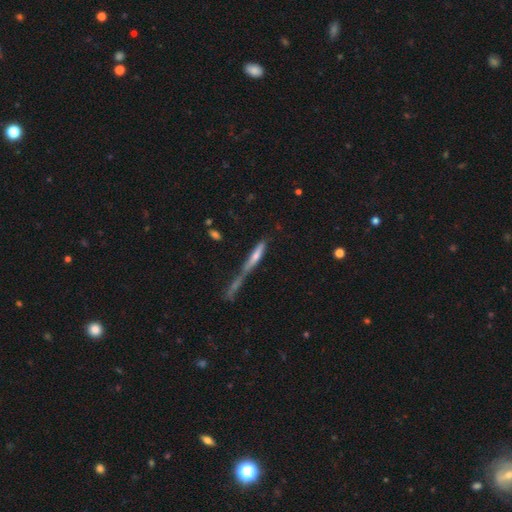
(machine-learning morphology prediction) Smooth or featured: smooth — 49% (featured or disk — 40%)
Merging: merger — 48% (none — 27%)